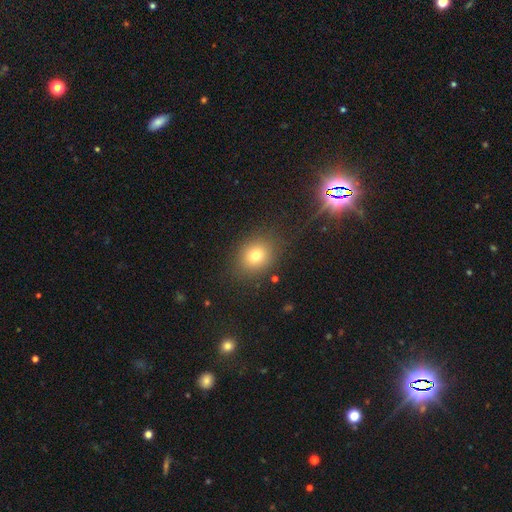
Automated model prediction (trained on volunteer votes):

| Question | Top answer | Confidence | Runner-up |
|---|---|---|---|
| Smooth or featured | smooth | 76% | star or artifact (14%) |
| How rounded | round | 62% | in between (37%) |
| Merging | none | 83% | minor disturbance (10%) |